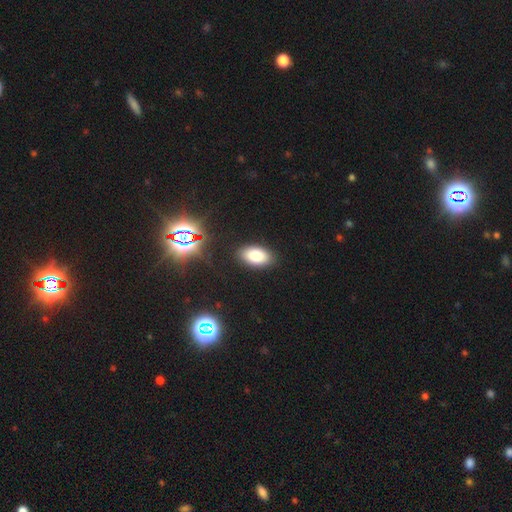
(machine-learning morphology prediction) Smooth or featured: smooth — 81% (star or artifact — 11%)
How rounded: in between — 93% (round — 5%)
Merging: none — 88% (minor disturbance — 9%)